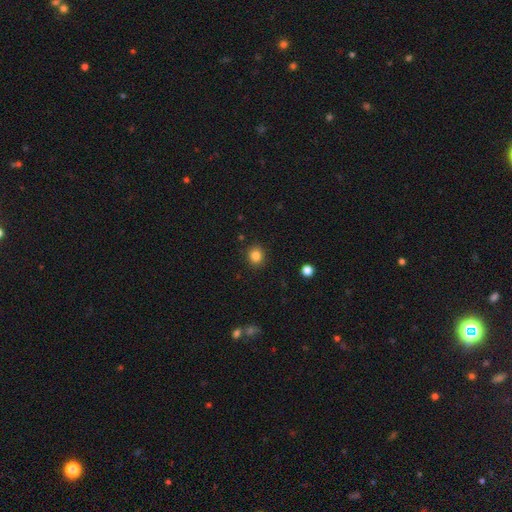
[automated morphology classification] This is clearly a smooth galaxy (84%). How rounded: clearly round (84%). Merging: clearly none (91%).